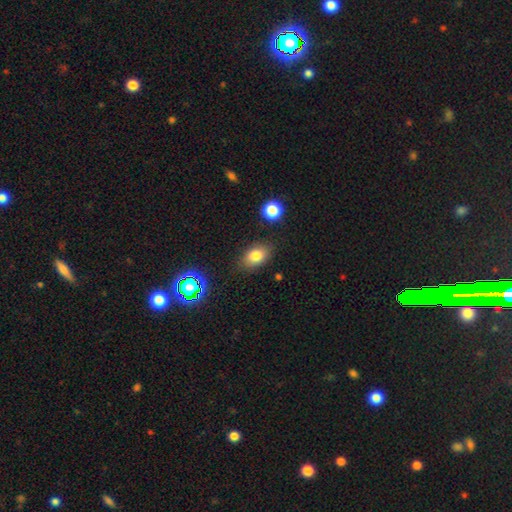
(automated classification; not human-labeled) Smooth or featured? smooth (80%)
How rounded? in between (80%)
Merging? none (82%)